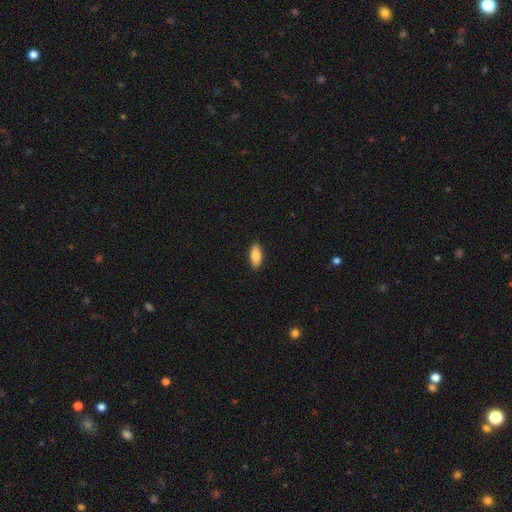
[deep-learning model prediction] A smooth galaxy with no disk features (86%) that is in between round and cigar-shaped (86%).

Vote fractions:
- Smooth or featured? smooth: 86% / featured or disk: 8% / star or artifact: 6%
- How rounded? in between: 86% / cigar-shaped: 11% / round: 2%
- Merging? none: 90% / minor disturbance: 7% / major disturbance: 2% / merger: 1%